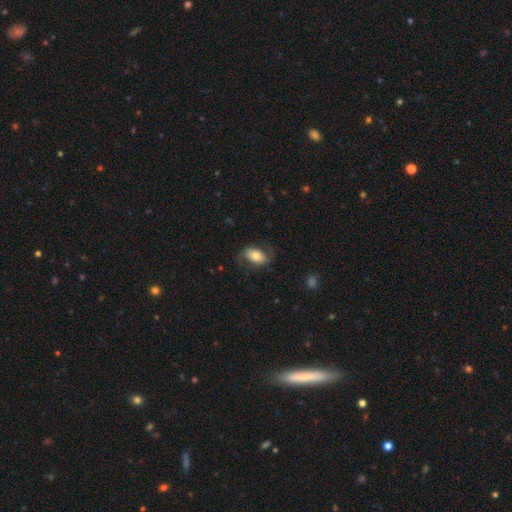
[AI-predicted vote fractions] smooth_or_featured: smooth (p=0.55) [alt: featured or disk p=0.38]
how_rounded: in between (p=0.88) [alt: round p=0.09]
merging: none (p=0.67) [alt: minor disturbance p=0.19]